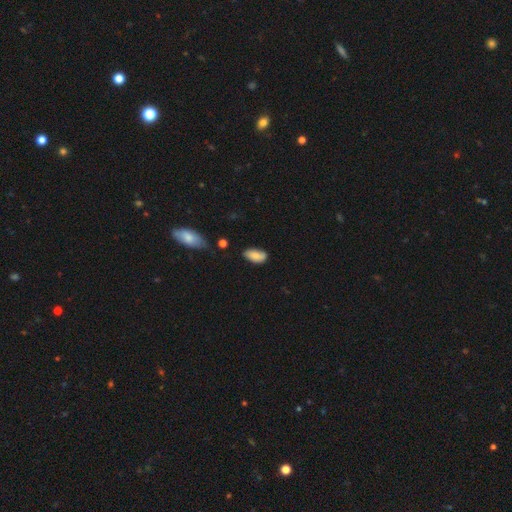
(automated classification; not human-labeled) The model was most divided on "merging": none: 68%, minor disturbance: 25%, major disturbance: 4%, merger: 3%. More confident: how rounded — in between (93%); smooth or featured — smooth (83%).